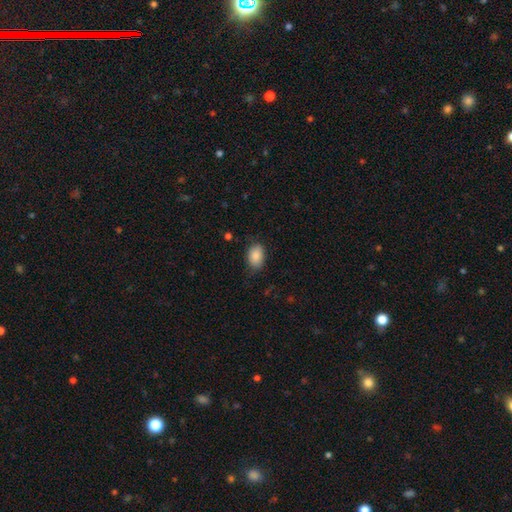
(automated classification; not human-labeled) A smooth galaxy with no disk features (87%) that is in between round and cigar-shaped (83%).

Vote fractions:
- Smooth or featured? smooth: 87% / star or artifact: 7% / featured or disk: 5%
- How rounded? in between: 83% / round: 16% / cigar-shaped: 1%
- Merging? none: 76% / minor disturbance: 19% / major disturbance: 4% / merger: 1%